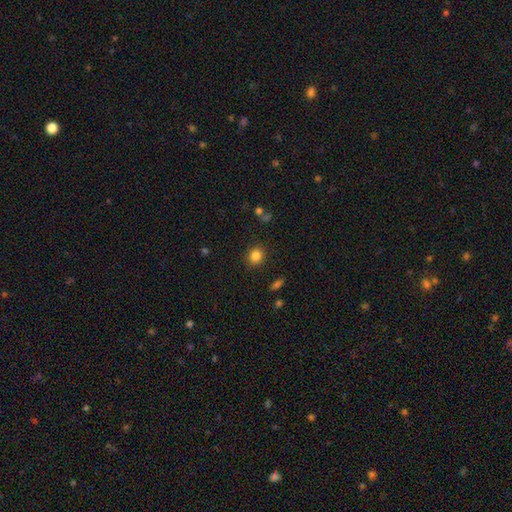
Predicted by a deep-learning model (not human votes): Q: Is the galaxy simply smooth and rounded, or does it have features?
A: smooth — 83%.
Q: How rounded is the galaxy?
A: round — 77%.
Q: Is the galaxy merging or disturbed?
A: none — 88%.